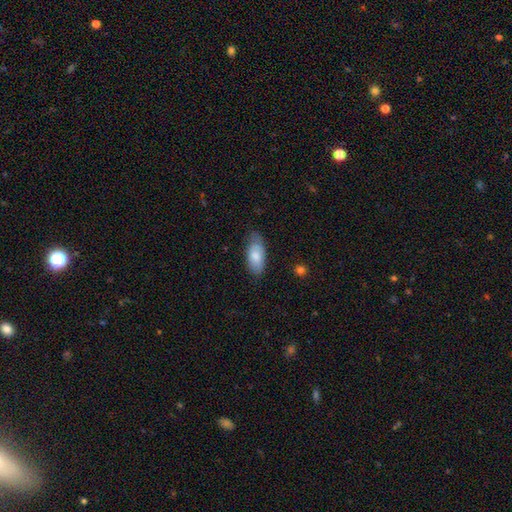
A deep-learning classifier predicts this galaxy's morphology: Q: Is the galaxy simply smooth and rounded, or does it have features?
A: smooth — 78%.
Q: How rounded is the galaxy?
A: in between — 89%.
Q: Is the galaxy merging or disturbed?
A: none — 63%.